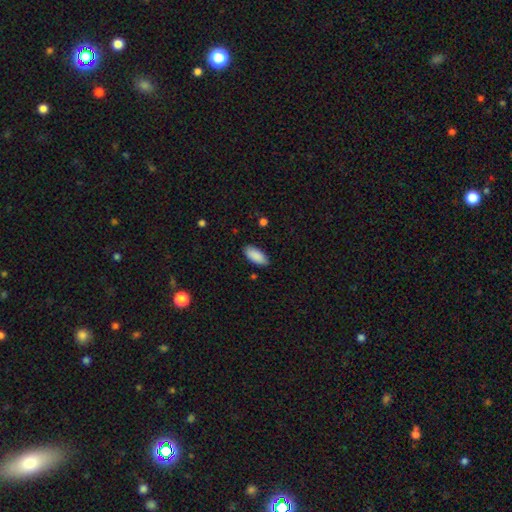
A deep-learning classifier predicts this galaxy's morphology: type=smooth (90%); roundness=in between (89%); merging=none (87%).